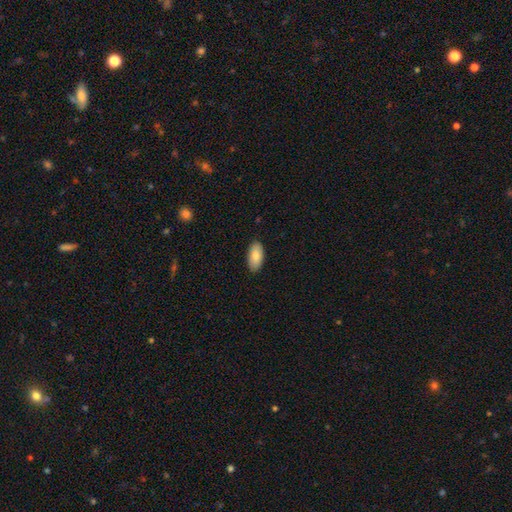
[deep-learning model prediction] Overall: smooth (86%). How rounded: in between (94%). Merging: none (89%).